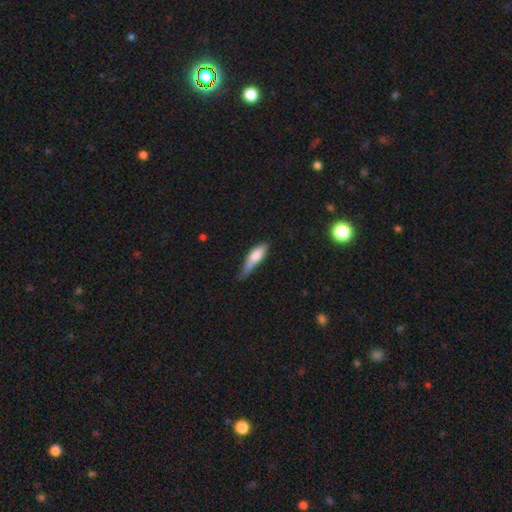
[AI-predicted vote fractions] Overall: smooth (73%). How rounded: cigar-shaped (52%; in between 45%). Merging: minor disturbance (46%; none 34%).